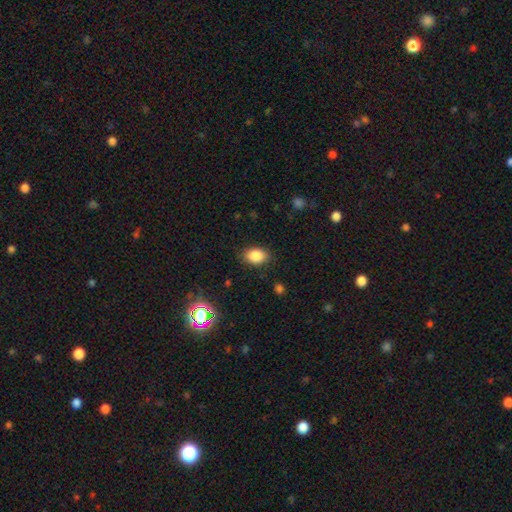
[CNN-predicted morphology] Overall: smooth (85%). How rounded: in between (76%). Merging: none (85%).